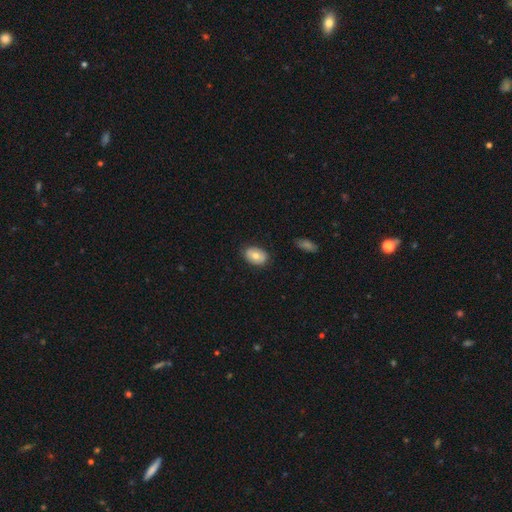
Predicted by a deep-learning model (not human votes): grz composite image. It shows a smooth galaxy with no disk features (74%) that is in between round and cigar-shaped (83%). Merging: none (83%).